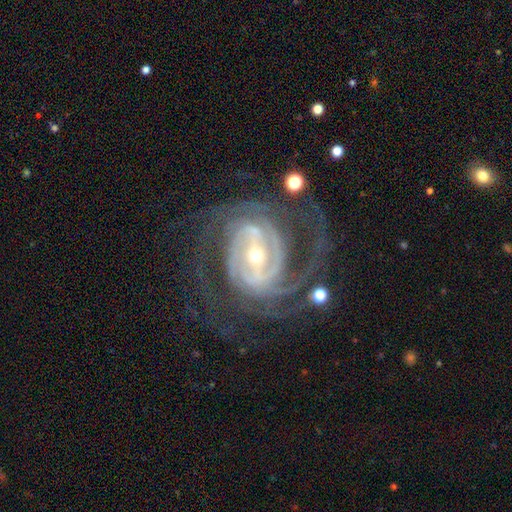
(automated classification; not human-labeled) Smooth or featured? featured or disk (92%)
Edge-on disk? no (97%)
Bar? strong (58%)
Spiral arms? yes (98%)
Spiral winding? tight (55%)
Spiral arm count? 2 (29%)
Bulge size? small (67%)
Merging? none (66%)